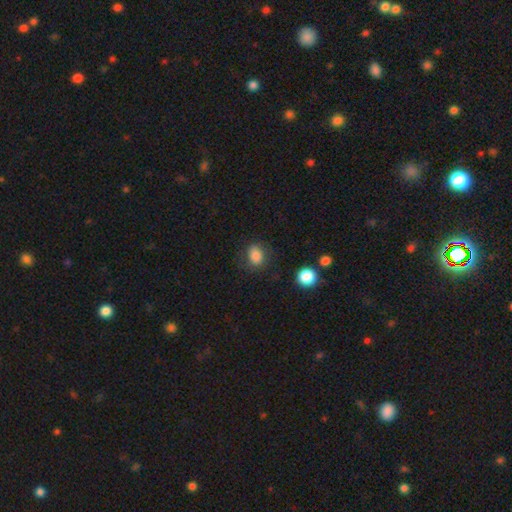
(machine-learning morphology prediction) Q: Smooth or featured?
A: smooth (84%); runner-up: star or artifact (10%)
Q: How rounded?
A: in between (58%); runner-up: round (41%)
Q: Merging?
A: none (74%); runner-up: minor disturbance (16%)